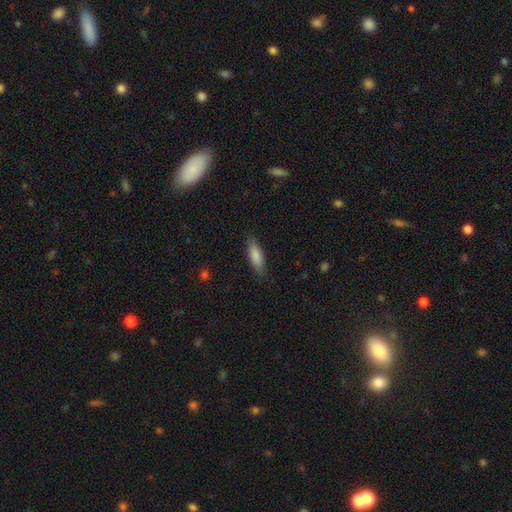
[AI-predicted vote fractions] Morphology: type=smooth (85%); roundness=in between (56%); merging=none (85%).